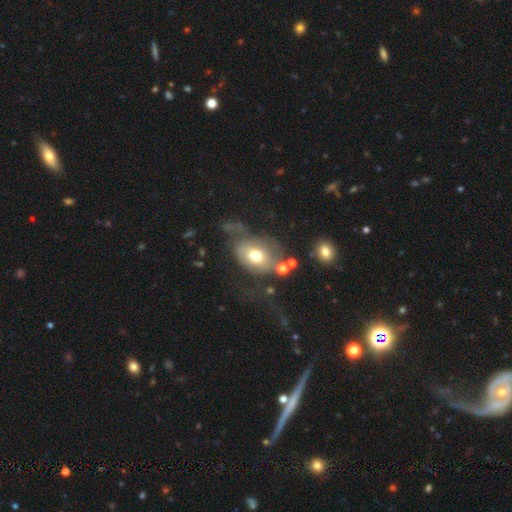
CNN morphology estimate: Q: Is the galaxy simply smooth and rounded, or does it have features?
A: smooth — 61%.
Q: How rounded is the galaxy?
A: in between — 67%.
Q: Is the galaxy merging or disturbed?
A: major disturbance — 43%.